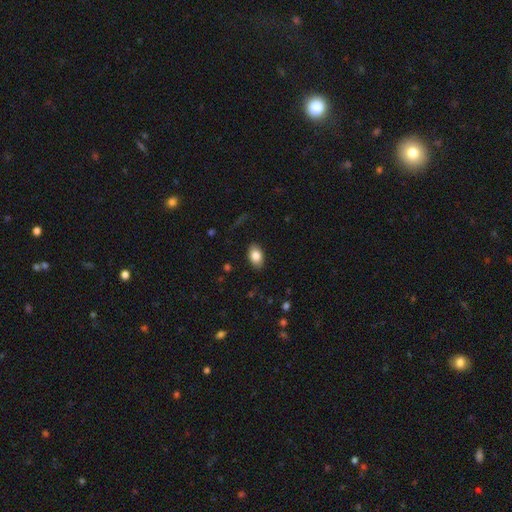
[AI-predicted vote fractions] Smooth or featured? smooth (84%)
How rounded? in between (90%)
Merging? none (88%)